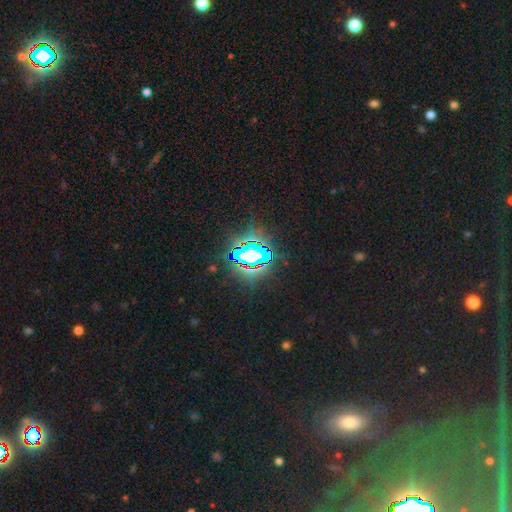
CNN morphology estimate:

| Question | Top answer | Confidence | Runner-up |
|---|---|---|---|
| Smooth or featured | star or artifact | 74% | smooth (15%) |